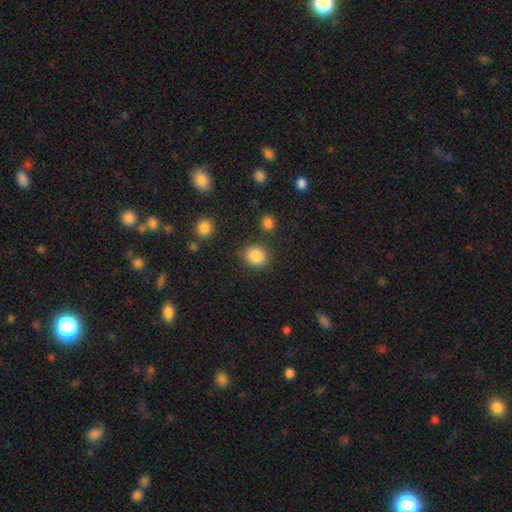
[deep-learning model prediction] Smooth or featured?
  - smooth: 87% *
  - star or artifact: 9%
  - featured or disk: 4%
How rounded?
  - round: 72% *
  - in between: 27%
  - cigar-shaped: 1%
Merging?
  - none: 80% *
  - minor disturbance: 11%
  - merger: 4%
  - major disturbance: 4%